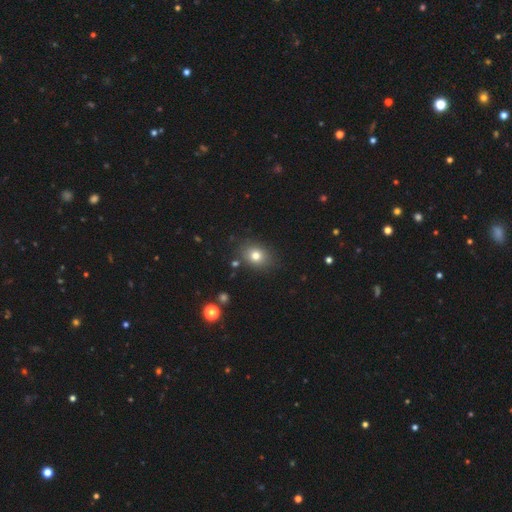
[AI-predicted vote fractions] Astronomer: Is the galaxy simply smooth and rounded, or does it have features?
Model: smooth — 78%.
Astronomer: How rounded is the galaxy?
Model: in between — 50% (runner-up: round, 49%).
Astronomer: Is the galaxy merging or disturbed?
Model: none — 84%.